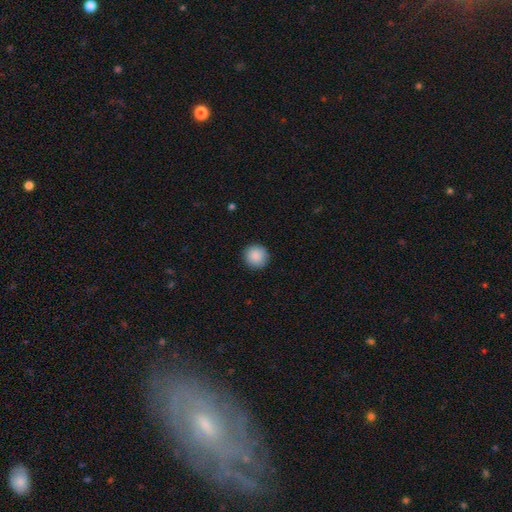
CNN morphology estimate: A smooth galaxy with no disk features (89%) that is round (95%). Merging: none (92%).